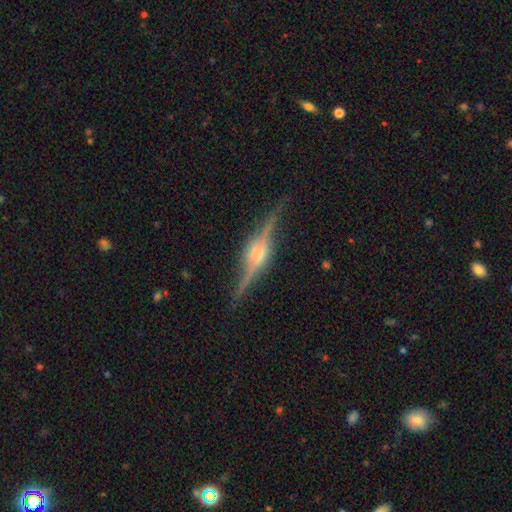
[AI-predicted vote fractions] Smooth or featured: featured or disk — 88% (star or artifact — 6%)
Edge-on disk: yes — 97% (no — 3%)
Edge-on bulge: rounded — 78% (boxy — 19%)
Merging: none — 85% (minor disturbance — 10%)